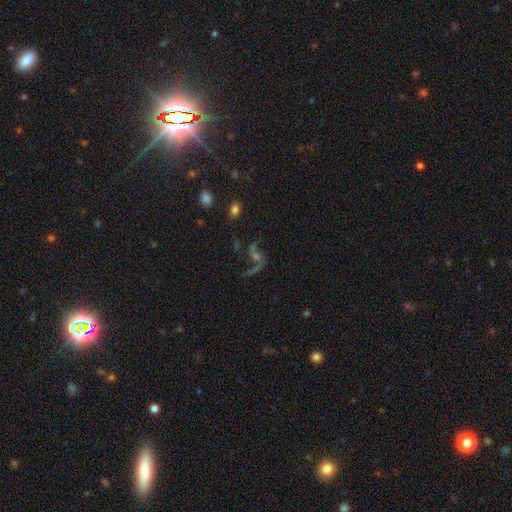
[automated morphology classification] Smooth or featured: featured or disk — 68% (star or artifact — 20%)
Edge-on disk: no — 94% (yes — 6%)
Bar: no — 57% (weak — 31%)
Spiral arms: yes — 88% (no — 12%)
Spiral winding: loose — 81% (medium — 15%)
Spiral arm count: 2 — 79% (1 — 13%)
Bulge size: small — 44% (moderate — 33%)
Merging: none — 54% (major disturbance — 23%)